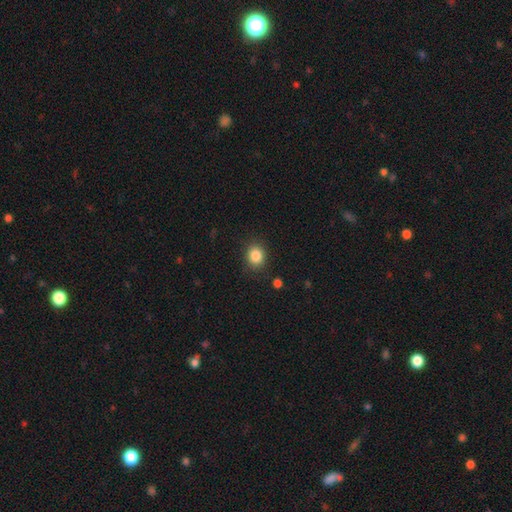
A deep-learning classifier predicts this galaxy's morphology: Overall: smooth (85%). How rounded: round (67%; in between 32%). Merging: none (86%).